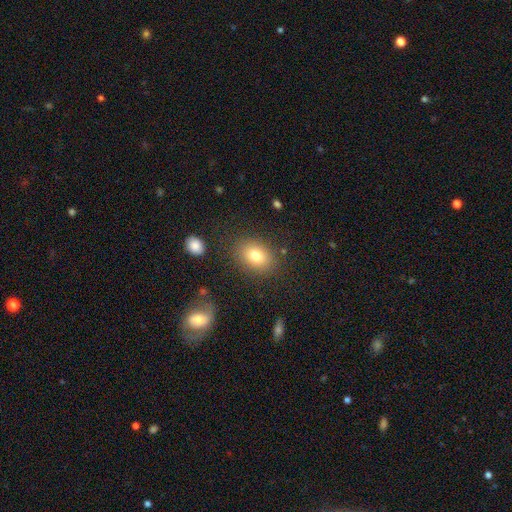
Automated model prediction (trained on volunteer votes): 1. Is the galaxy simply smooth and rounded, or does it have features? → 78% smooth, 11% featured or disk, 11% star or artifact.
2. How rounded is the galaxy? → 64% in between, 35% round, 1% cigar-shaped.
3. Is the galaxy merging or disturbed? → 83% none, 11% minor disturbance, 4% major disturbance, 2% merger.